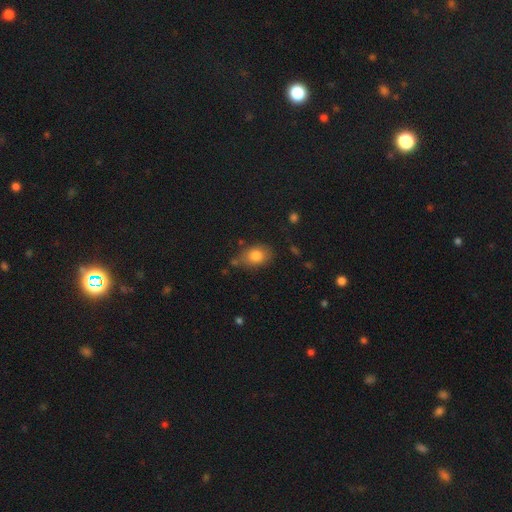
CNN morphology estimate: A smooth galaxy with no disk features (80%) that is in between round and cigar-shaped (69%). Merging: none (67%).